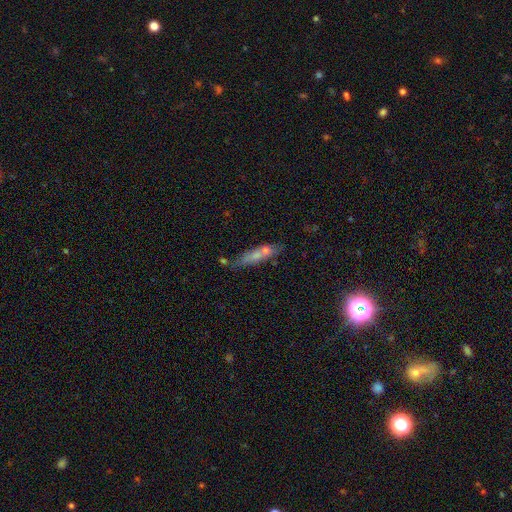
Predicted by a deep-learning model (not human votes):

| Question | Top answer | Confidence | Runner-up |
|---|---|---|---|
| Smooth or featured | smooth | 58% | featured or disk (31%) |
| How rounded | cigar-shaped | 75% | in between (22%) |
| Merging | none | 57% | merger (19%) |